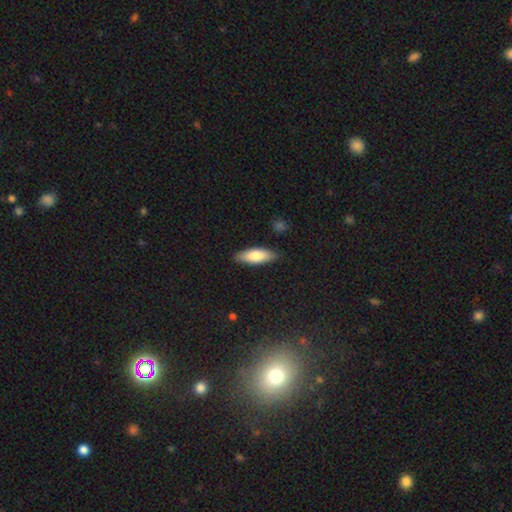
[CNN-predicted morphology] Overall: smooth (79%). How rounded: in between (64%; cigar-shaped 34%). Merging: none (86%).